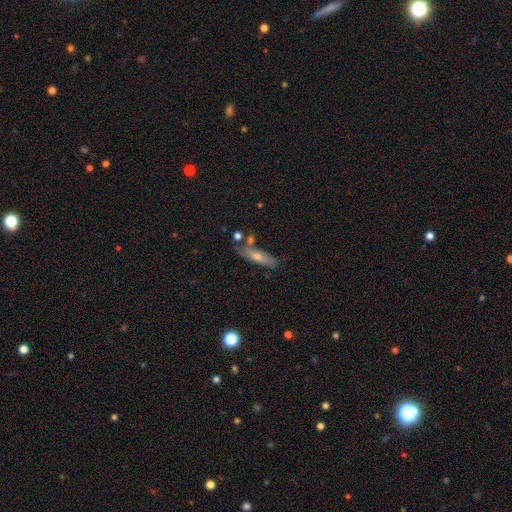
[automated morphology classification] Smooth or featured? smooth (52%)
How rounded? cigar-shaped (70%)
Merging? none (72%)